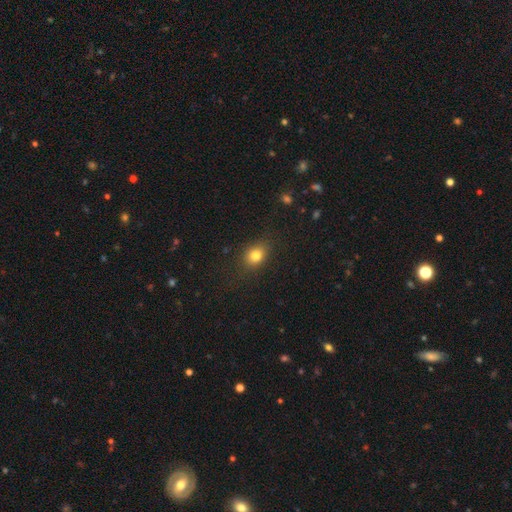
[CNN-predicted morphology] A smooth galaxy with no disk features (81%) that is in between round and cigar-shaped (52%).

Vote fractions:
- Smooth or featured? smooth: 81% / star or artifact: 11% / featured or disk: 7%
- How rounded? in between: 52% / round: 46% / cigar-shaped: 2%
- Merging? none: 83% / minor disturbance: 12% / major disturbance: 4% / merger: 1%